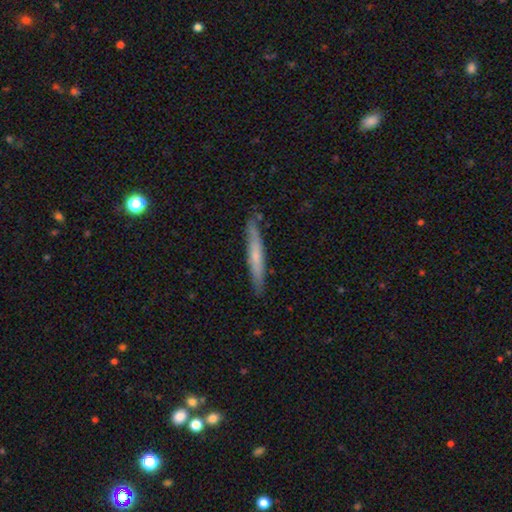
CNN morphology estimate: smooth 55%, featured or disk 39%, star or artifact 6%. Down the decision tree: how rounded — cigar-shaped (95%); merging — none (86%).